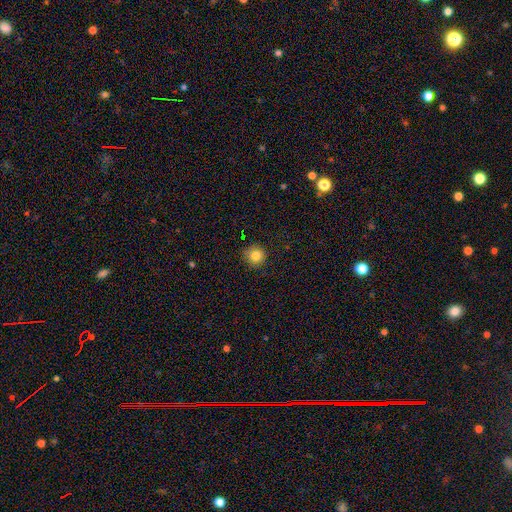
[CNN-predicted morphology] This is clearly a smooth galaxy (82%). How rounded: clearly round (94%). Merging: clearly none (89%).